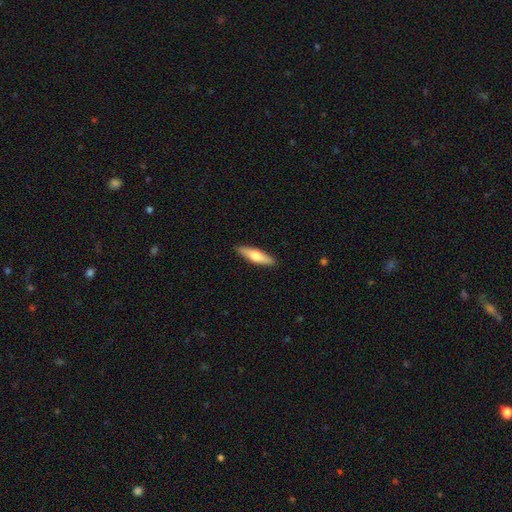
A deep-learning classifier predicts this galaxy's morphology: A smooth galaxy with no disk features (62%) that is cigar-shaped (68%).

Vote fractions:
- Smooth or featured? smooth: 62% / featured or disk: 33% / star or artifact: 5%
- How rounded? cigar-shaped: 68% / in between: 31% / round: 2%
- Merging? none: 90% / minor disturbance: 8% / major disturbance: 2% / merger: 1%